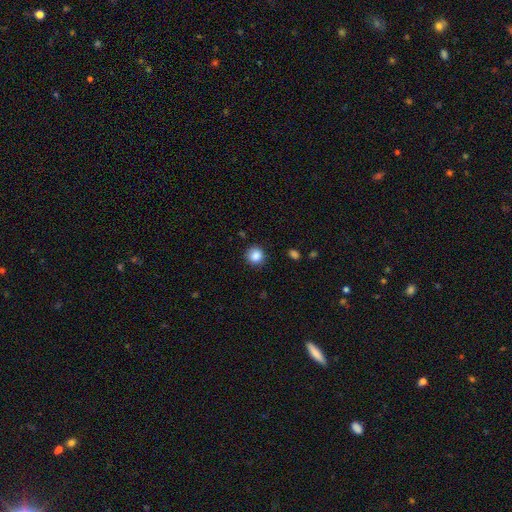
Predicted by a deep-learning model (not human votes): This appears to be a smooth galaxy with no disk features (86%) that is round (91%). Merging: none (88%).